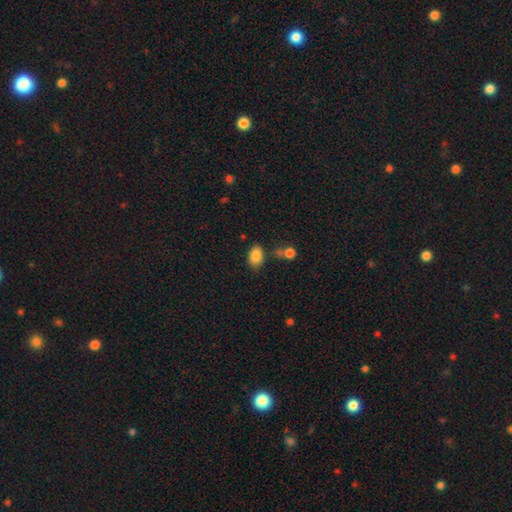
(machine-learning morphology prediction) smooth 85%, star or artifact 9%, featured or disk 6%. Down the decision tree: how rounded — in between (84%); merging — none (74%).